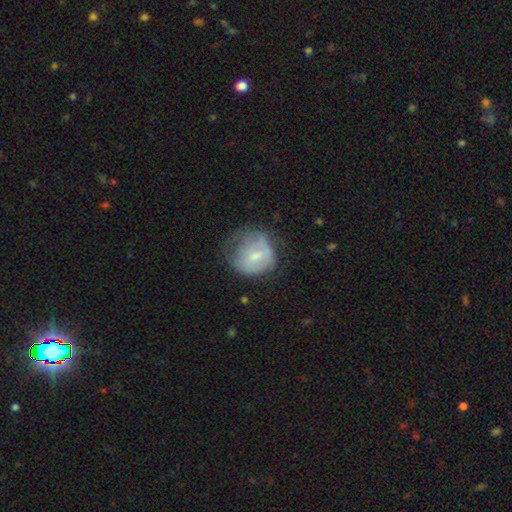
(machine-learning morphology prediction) smooth_or_featured: smooth (p=0.58) [alt: featured or disk p=0.33]
how_rounded: round (p=0.75) [alt: in between p=0.24]
merging: none (p=0.38) [alt: minor disturbance p=0.33]